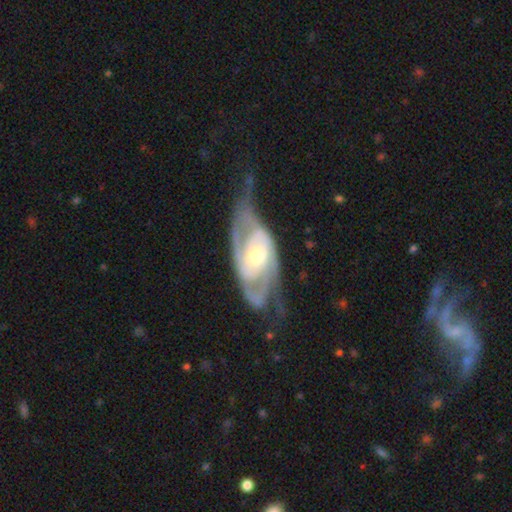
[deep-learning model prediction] Smooth or featured? featured or disk (88%)
Edge-on disk? no (94%)
Bar? weak (41%)
Spiral arms? yes (95%)
Spiral winding? medium (43%)
Spiral arm count? 2 (75%)
Bulge size? moderate (51%)
Merging? none (51%)